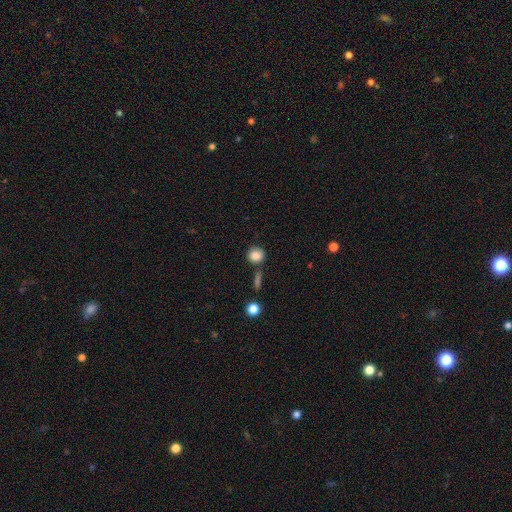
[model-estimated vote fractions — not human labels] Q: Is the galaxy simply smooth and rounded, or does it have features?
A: smooth — 85%.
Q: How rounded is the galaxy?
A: round — 86%.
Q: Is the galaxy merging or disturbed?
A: none — 75%.